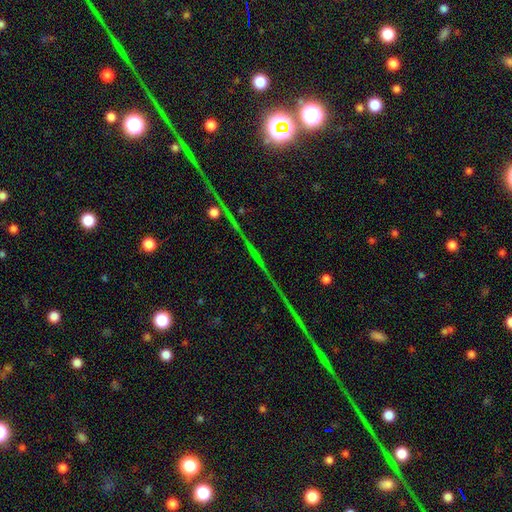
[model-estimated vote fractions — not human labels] Overall: star or artifact (73%).